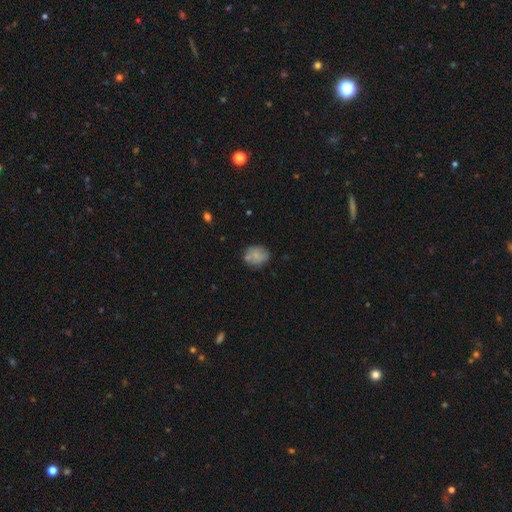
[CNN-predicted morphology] smooth 73%, featured or disk 18%, star or artifact 9%. Down the decision tree: how rounded — round (57%); merging — none (66%).